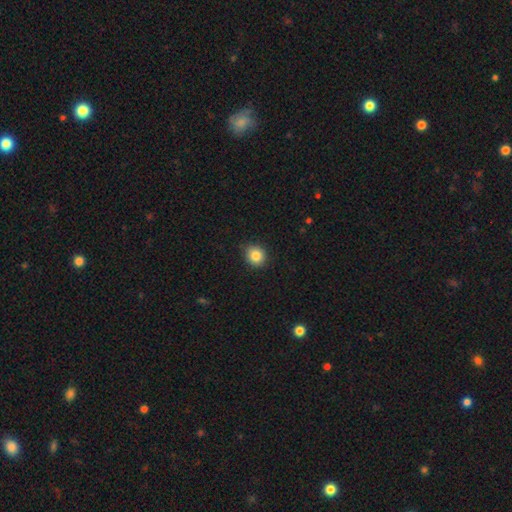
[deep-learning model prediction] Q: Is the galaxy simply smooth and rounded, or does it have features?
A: smooth — 84%.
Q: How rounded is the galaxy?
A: round — 82%.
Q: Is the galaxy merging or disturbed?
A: none — 87%.